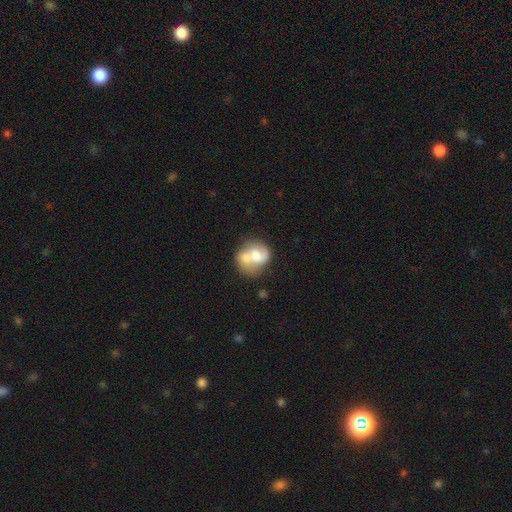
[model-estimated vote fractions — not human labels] smooth-or-featured: smooth: 49% | featured or disk: 44% | star or artifact: 7%
  merging: merger: 61% | none: 21% | minor disturbance: 11% | major disturbance: 8%